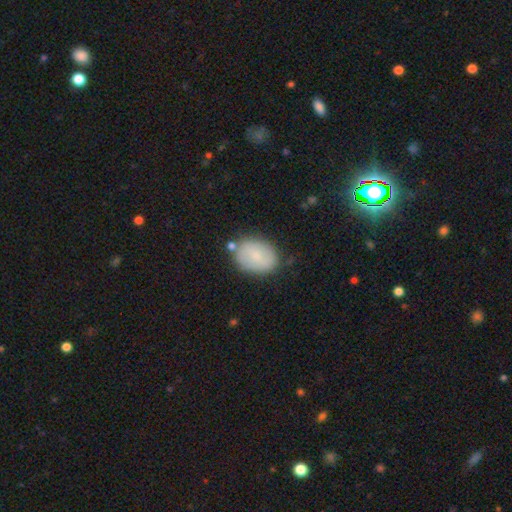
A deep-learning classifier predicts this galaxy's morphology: Overall: smooth (76%). How rounded: in between (72%). Merging: none (76%).